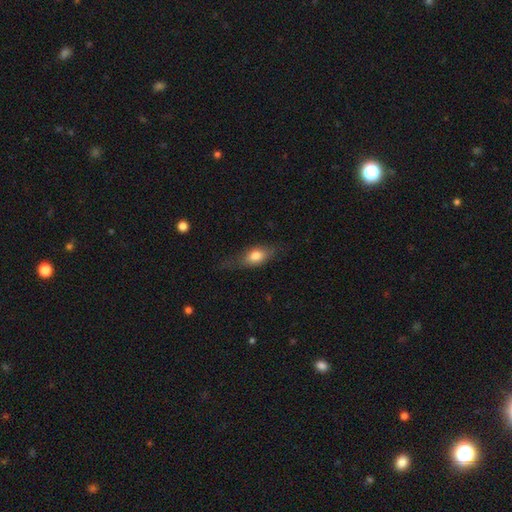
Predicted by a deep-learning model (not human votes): Smooth or featured?
  - smooth: 70% *
  - featured or disk: 23%
  - star or artifact: 7%
How rounded?
  - in between: 76% *
  - cigar-shaped: 14%
  - round: 10%
Merging?
  - none: 63% *
  - minor disturbance: 26%
  - major disturbance: 10%
  - merger: 2%